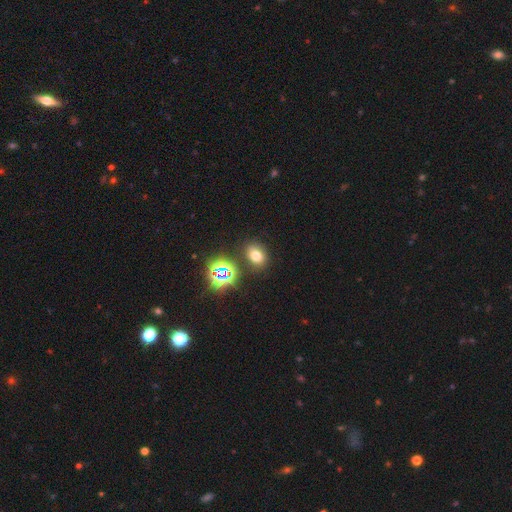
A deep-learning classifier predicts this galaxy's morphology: A smooth galaxy with no disk features (65%) that is in between round and cigar-shaped (61%).

Vote fractions:
- Smooth or featured? smooth: 65% / star or artifact: 26% / featured or disk: 10%
- How rounded? in between: 61% / round: 37% / cigar-shaped: 1%
- Merging? none: 82% / minor disturbance: 9% / merger: 5% / major disturbance: 3%